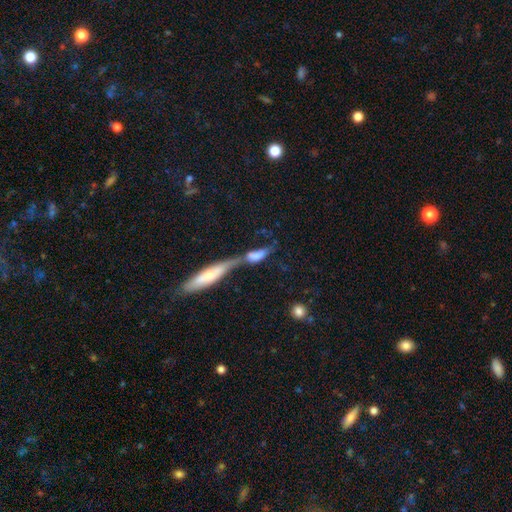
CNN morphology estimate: This is possibly a smooth galaxy (58%). How rounded: possibly in between (55%). Merging: likely merger (71%).